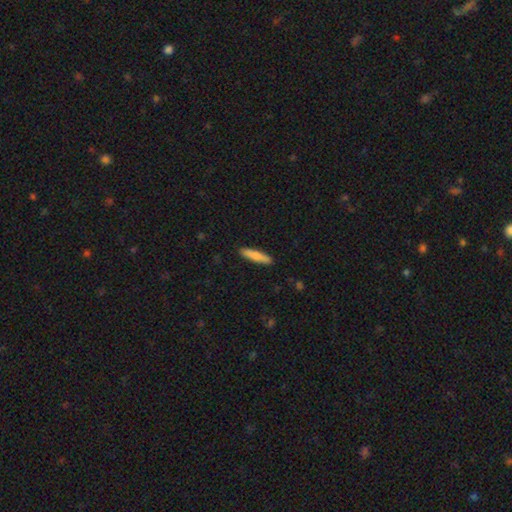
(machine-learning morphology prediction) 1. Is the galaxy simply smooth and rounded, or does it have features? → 80% smooth, 15% featured or disk, 5% star or artifact.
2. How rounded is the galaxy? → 85% cigar-shaped, 14% in between, 1% round.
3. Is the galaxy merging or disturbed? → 90% none, 7% minor disturbance, 2% major disturbance, 1% merger.